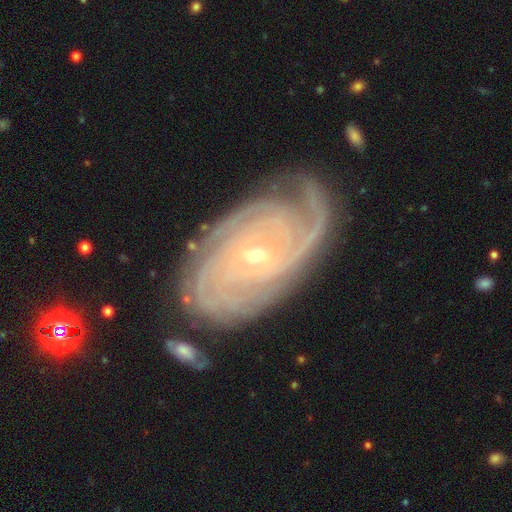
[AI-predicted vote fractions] A featured or disk galaxy (90%) with no bar (49%), can't tell (21%, tied with 3 and 4) tight (78%) spiral arms (98%) and a small central bulge (72%). Merging: none (76%).